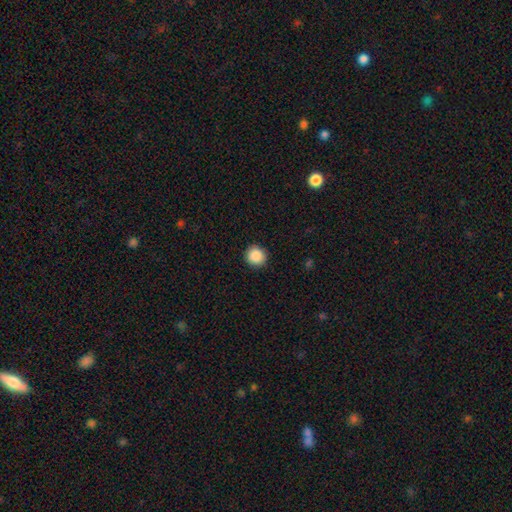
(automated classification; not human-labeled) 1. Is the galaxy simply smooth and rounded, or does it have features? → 88% smooth, 9% star or artifact, 3% featured or disk.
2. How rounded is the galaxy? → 94% round, 5% in between, 1% cigar-shaped.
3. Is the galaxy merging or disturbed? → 92% none, 6% minor disturbance, 2% major disturbance, 1% merger.